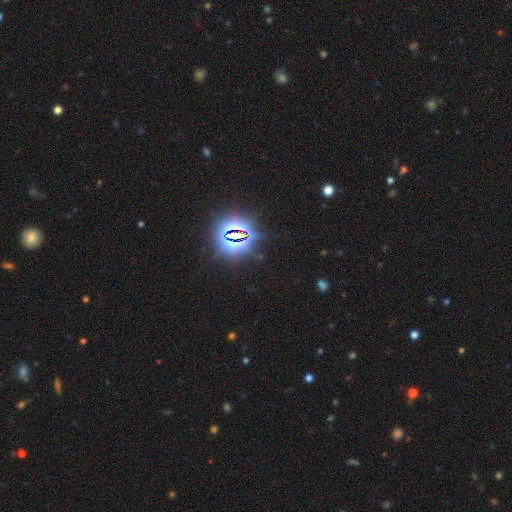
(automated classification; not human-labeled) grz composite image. It shows a star or artifact, not a galaxy (85%).